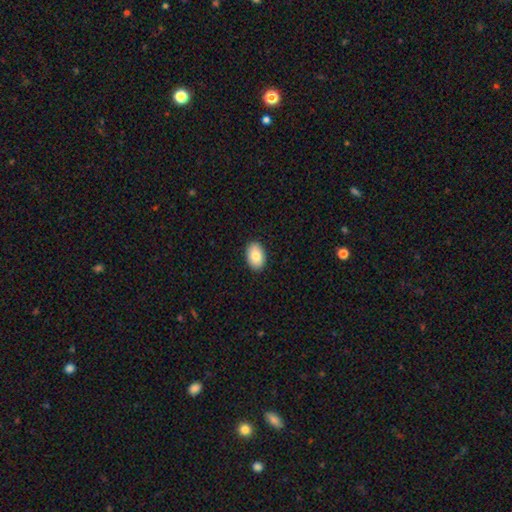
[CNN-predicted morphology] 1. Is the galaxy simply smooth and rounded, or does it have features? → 85% smooth, 9% featured or disk, 7% star or artifact.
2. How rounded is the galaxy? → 89% in between, 10% round, 1% cigar-shaped.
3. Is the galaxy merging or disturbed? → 90% none, 7% minor disturbance, 2% major disturbance, 1% merger.